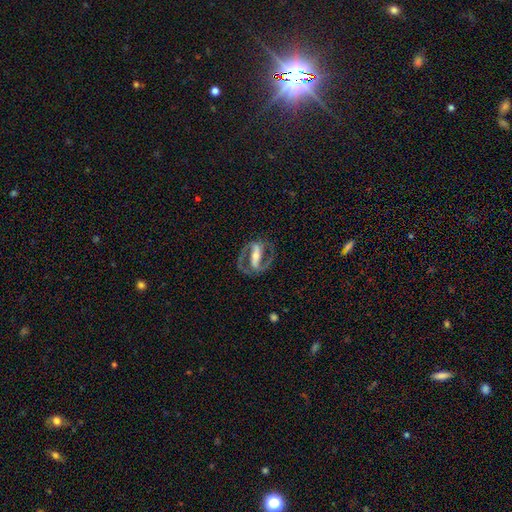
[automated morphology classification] Smooth or featured?
  - featured or disk: 88% *
  - smooth: 7%
  - star or artifact: 5%
Edge-on disk?
  - no: 94% *
  - yes: 6%
Bar?
  - strong: 74% *
  - weak: 17%
  - no: 9%
Spiral arms?
  - yes: 92% *
  - no: 8%
Spiral winding?
  - medium: 57% *
  - tight: 26%
  - loose: 17%
Spiral arm count?
  - 2: 91% *
  - can't tell: 3%
  - 1: 3%
  - 3: 1%
  - 4: 1%
  - more than 4: 1%
Bulge size?
  - moderate: 50% *
  - small: 40%
  - large: 7%
  - none: 2%
  - dominant: 1%
Merging?
  - none: 78% *
  - minor disturbance: 12%
  - major disturbance: 9%
  - merger: 2%